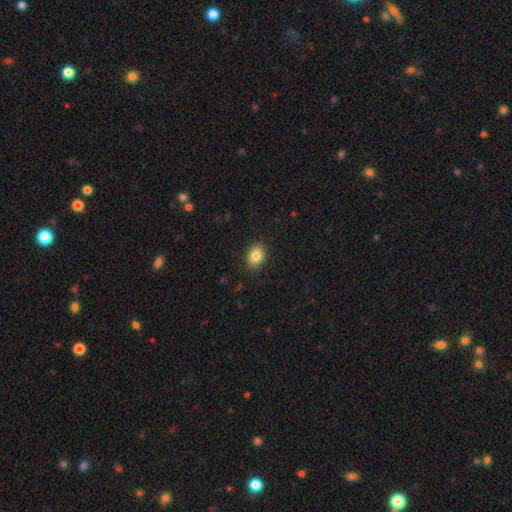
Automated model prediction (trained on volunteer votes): This appears to be a smooth galaxy with no disk features (85%) that is in between round and cigar-shaped (72%). Merging: none (89%).